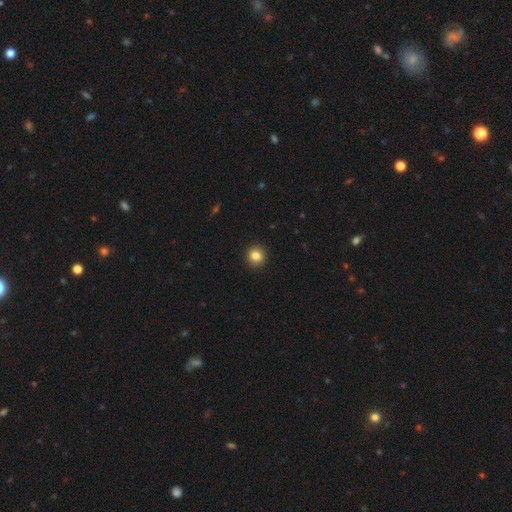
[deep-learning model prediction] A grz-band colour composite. It shows a smooth galaxy with no disk features (84%) that is round (92%). Merging: none (93%).